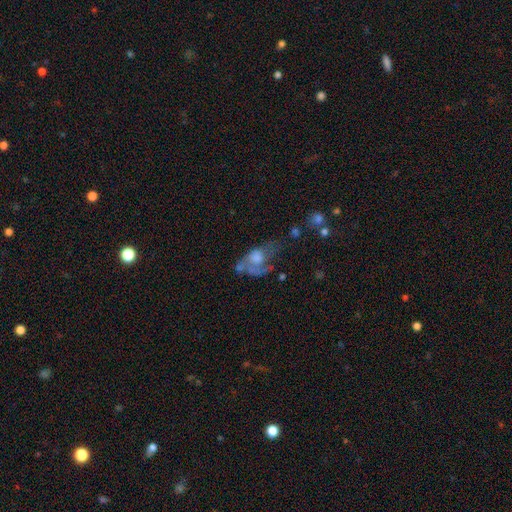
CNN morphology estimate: smooth-or-featured: featured or disk: 56% | smooth: 26% | star or artifact: 19%
  disk-edge-on: no: 91% | yes: 9%
    bar: no: 83% | weak: 14% | strong: 4%
    has-spiral-arms: no: 50% (tied) | yes: 50% (tied)
    bulge-size: moderate: 46% | large: 23% | small: 17% | none: 10% | dominant: 4%
  merging: major disturbance: 38% | none: 30% | minor disturbance: 18% | merger: 14%